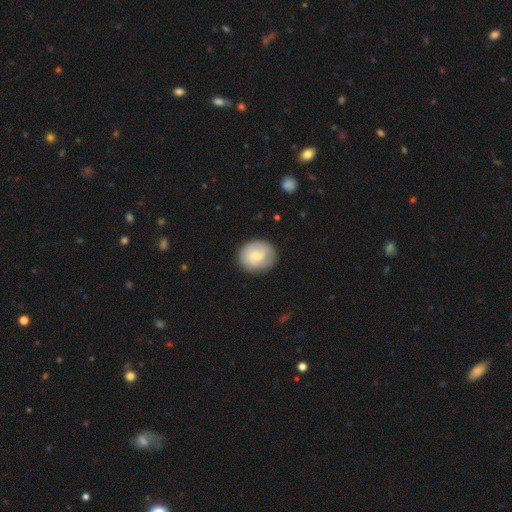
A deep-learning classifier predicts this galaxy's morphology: Smooth or featured? Predicted: featured or disk (p=0.49). Merging? Predicted: none (p=0.82).